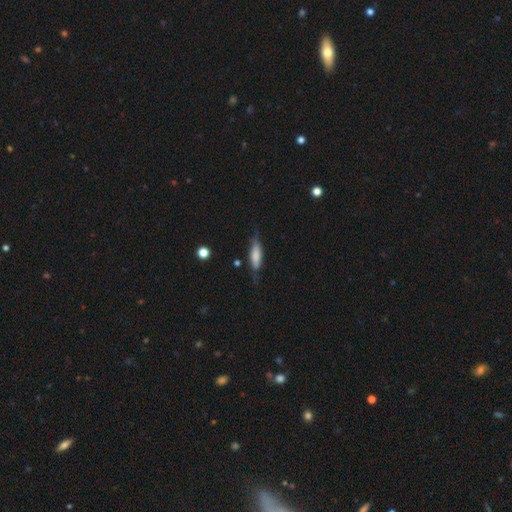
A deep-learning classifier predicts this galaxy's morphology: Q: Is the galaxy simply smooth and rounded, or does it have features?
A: smooth — 67%.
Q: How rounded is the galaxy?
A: cigar-shaped — 53%.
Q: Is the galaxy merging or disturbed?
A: none — 63%.